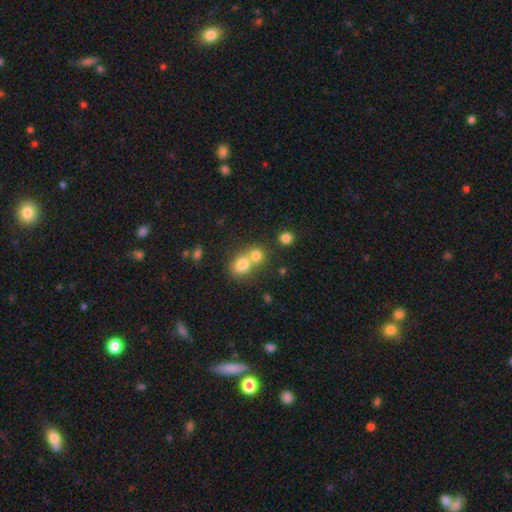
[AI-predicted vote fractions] smooth_or_featured: smooth (p=0.76) [alt: star or artifact p=0.12]
how_rounded: round (p=0.66) [alt: in between p=0.33]
merging: merger (p=0.61) [alt: none p=0.31]